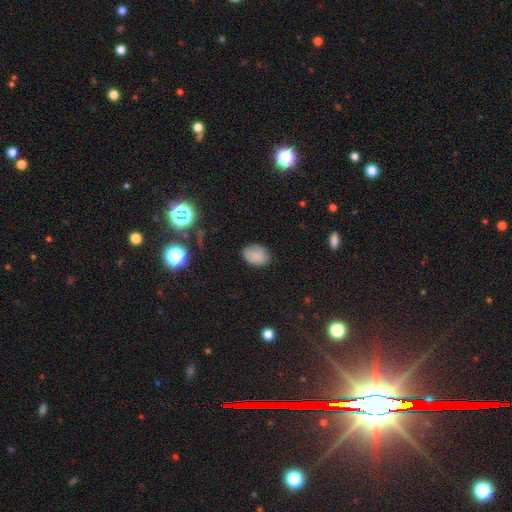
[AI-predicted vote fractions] Smooth or featured? Predicted: smooth (p=0.84). How rounded? Predicted: in between (p=0.77). Merging? Predicted: none (p=0.81).